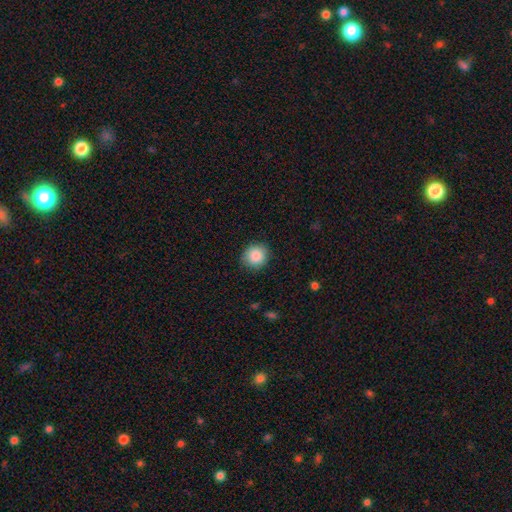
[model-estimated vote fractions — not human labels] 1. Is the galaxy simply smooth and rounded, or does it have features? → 87% smooth, 8% star or artifact, 5% featured or disk.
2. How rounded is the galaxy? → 84% round, 15% in between, 1% cigar-shaped.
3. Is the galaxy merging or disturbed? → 88% none, 9% minor disturbance, 2% major disturbance, 1% merger.